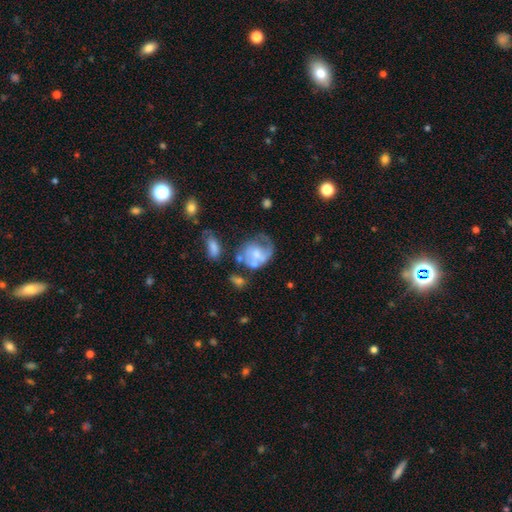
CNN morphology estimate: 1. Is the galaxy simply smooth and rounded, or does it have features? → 57% featured or disk, 36% smooth, 8% star or artifact.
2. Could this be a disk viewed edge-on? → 97% no, 3% yes.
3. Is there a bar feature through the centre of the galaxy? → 71% no, 25% weak, 5% strong.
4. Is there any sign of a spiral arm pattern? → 62% yes, 38% no.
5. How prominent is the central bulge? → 36% moderate, 26% none, 23% small, 13% large, 2% dominant.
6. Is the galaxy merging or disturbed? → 34% none, 32% major disturbance, 23% minor disturbance, 12% merger.